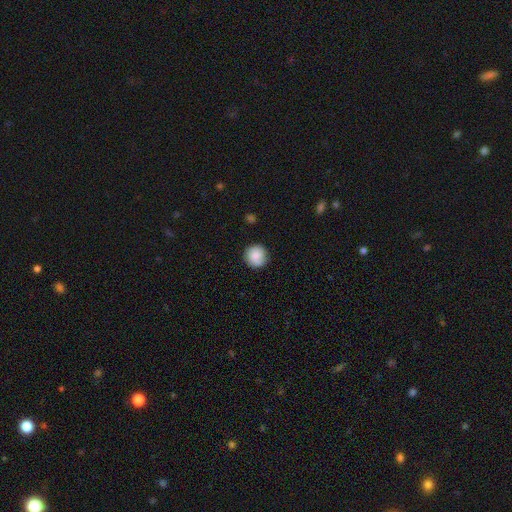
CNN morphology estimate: A smooth galaxy with no disk features (82%) that is round (94%). Merging: none (86%).